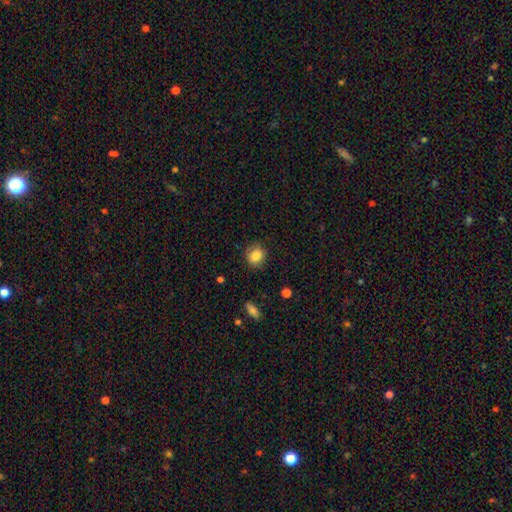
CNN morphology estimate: type=smooth (85%); roundness=round (73%); merging=none (85%).